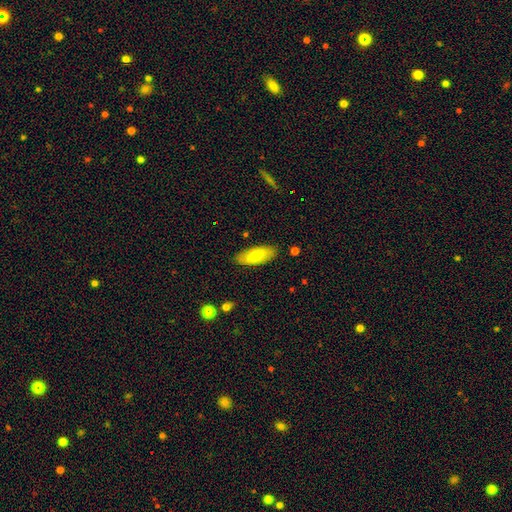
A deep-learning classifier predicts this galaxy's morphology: Smooth or featured: smooth — 75% (featured or disk — 19%)
How rounded: in between — 79% (cigar-shaped — 19%)
Merging: none — 86% (minor disturbance — 10%)